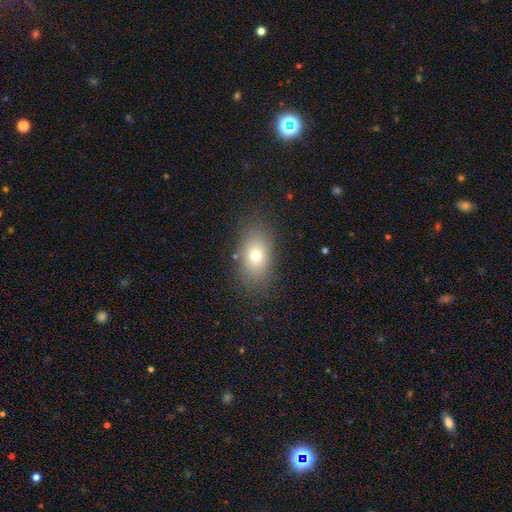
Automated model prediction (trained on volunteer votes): A smooth galaxy with no disk features (73%) that is in between round and cigar-shaped (82%). Merging: none (83%).